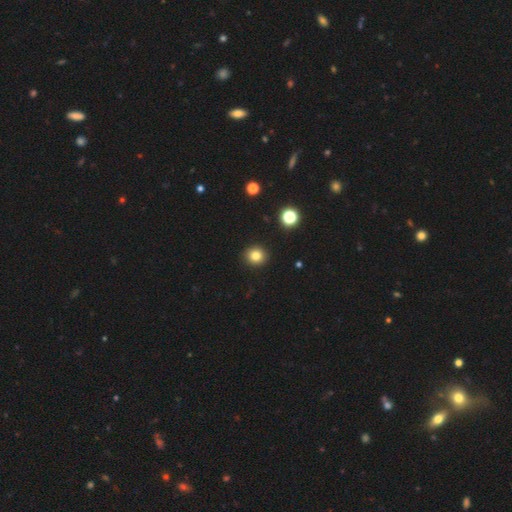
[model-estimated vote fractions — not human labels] smooth_or_featured: smooth (p=0.82) [alt: star or artifact p=0.12]
how_rounded: round (p=0.87) [alt: in between p=0.12]
merging: none (p=0.92) [alt: minor disturbance p=0.05]